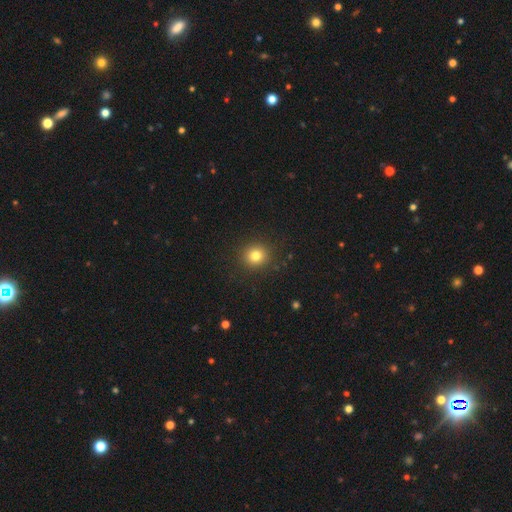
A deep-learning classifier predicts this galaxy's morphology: This is likely a smooth galaxy (80%). How rounded: clearly round (89%). Merging: clearly none (90%).